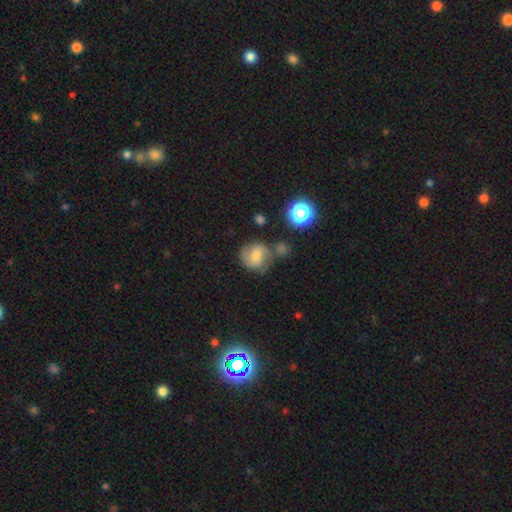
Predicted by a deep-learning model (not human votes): This is possibly a smooth galaxy (51%). How rounded: clearly round (81%). Merging: possibly none (56%).